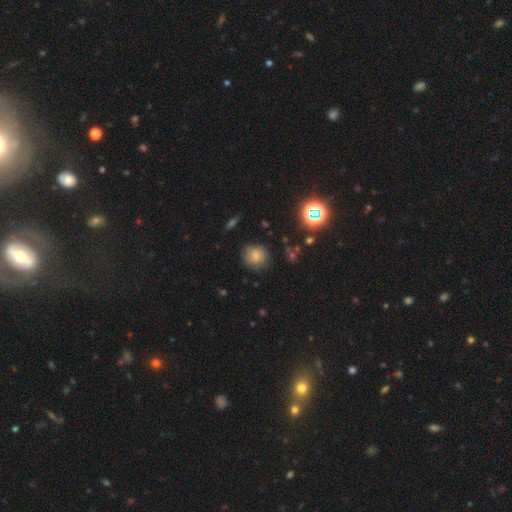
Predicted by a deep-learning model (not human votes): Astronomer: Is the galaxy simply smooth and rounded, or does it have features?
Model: smooth — 72%.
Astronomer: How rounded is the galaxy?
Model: round — 88%.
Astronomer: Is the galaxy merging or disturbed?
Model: none — 78%.